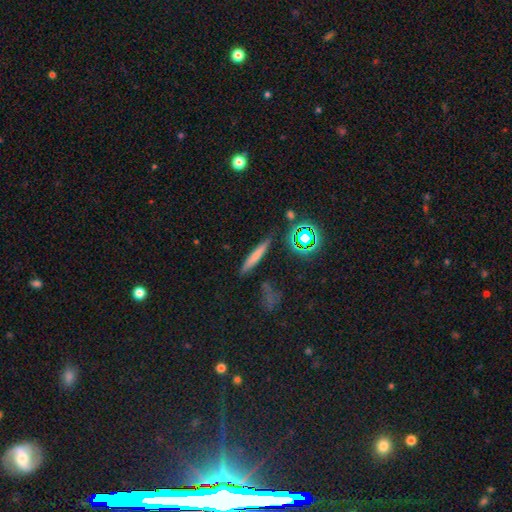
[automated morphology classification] Overall: smooth (68%). How rounded: cigar-shaped (91%). Merging: none (82%).